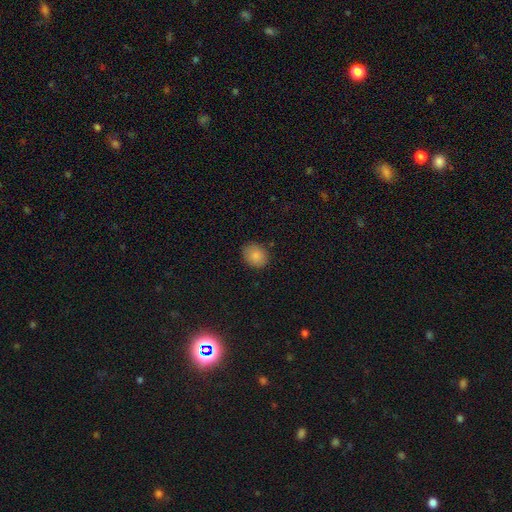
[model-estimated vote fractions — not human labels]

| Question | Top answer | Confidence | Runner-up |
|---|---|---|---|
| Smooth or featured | smooth | 86% | star or artifact (9%) |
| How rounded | round | 56% | in between (43%) |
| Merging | none | 86% | minor disturbance (11%) |